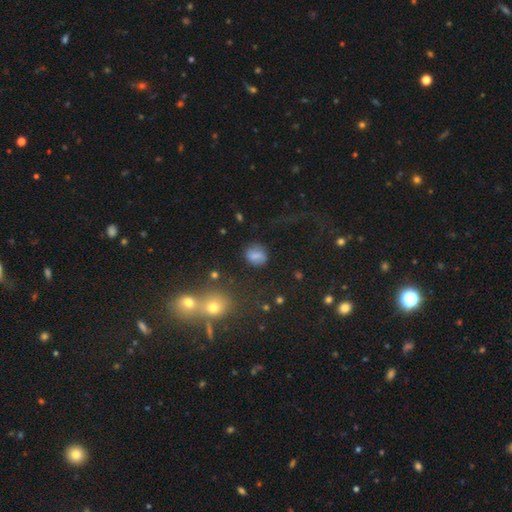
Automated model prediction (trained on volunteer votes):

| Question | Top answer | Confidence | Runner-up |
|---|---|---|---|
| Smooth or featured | smooth | 69% | featured or disk (17%) |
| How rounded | round | 58% | in between (40%) |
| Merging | none | 72% | minor disturbance (15%) |